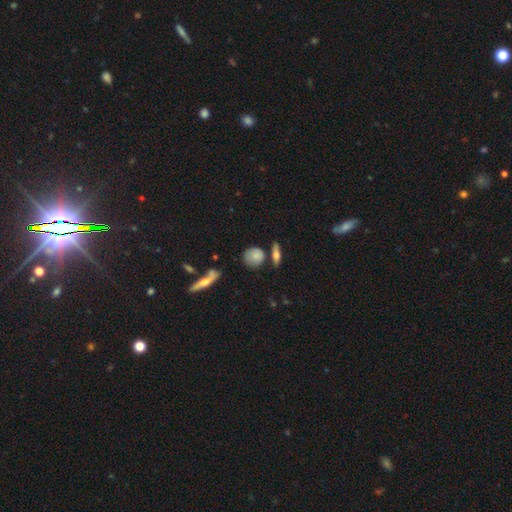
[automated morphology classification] Smooth or featured? smooth (76%)
How rounded? round (72%)
Merging? none (66%)